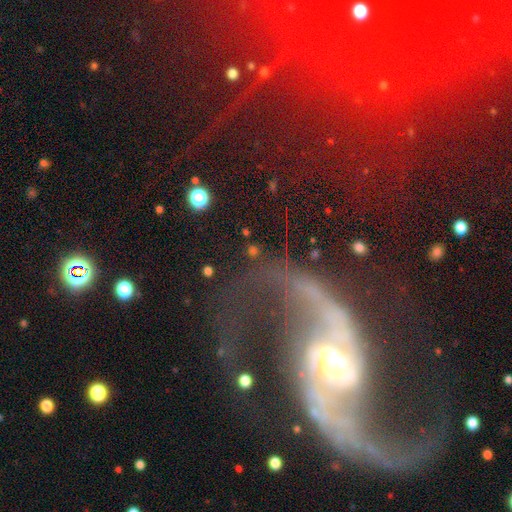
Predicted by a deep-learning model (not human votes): Smooth or featured? featured or disk (69%)
Edge-on disk? no (93%)
Bar? no (50%)
Spiral arms? yes (78%)
Spiral winding? loose (64%)
Spiral arm count? 2 (69%)
Bulge size? moderate (50%)
Merging? none (37%)